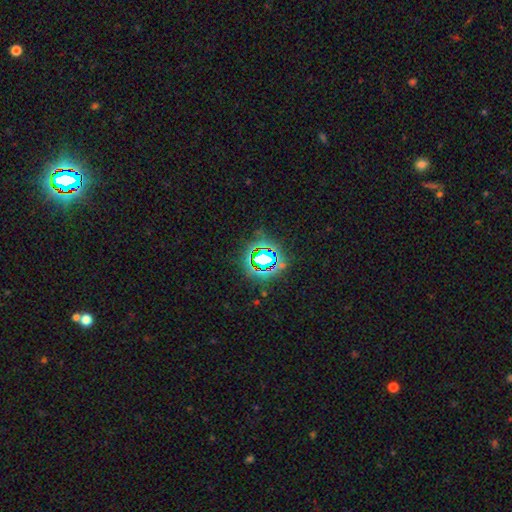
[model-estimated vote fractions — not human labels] star or artifact 73%, smooth 16%, featured or disk 11%.